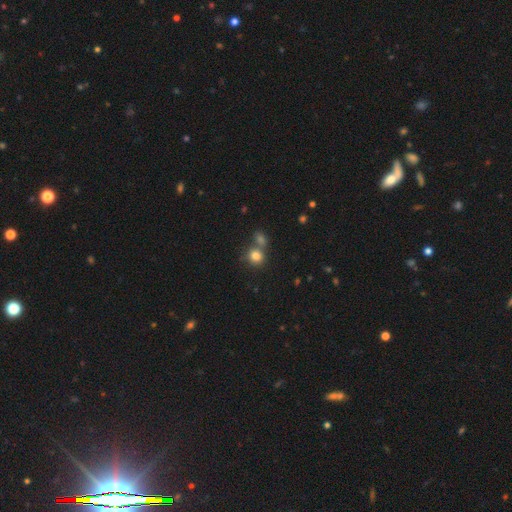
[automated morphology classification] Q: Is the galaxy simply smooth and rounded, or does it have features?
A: smooth — 81%.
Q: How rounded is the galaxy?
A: round — 84%.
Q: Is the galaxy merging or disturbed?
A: none — 54%.